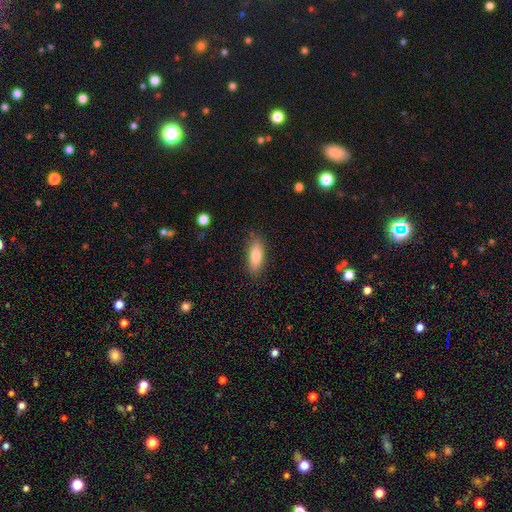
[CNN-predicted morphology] Q: Smooth or featured?
A: smooth (81%); runner-up: featured or disk (12%)
Q: How rounded?
A: in between (67%); runner-up: cigar-shaped (30%)
Q: Merging?
A: none (84%); runner-up: minor disturbance (12%)